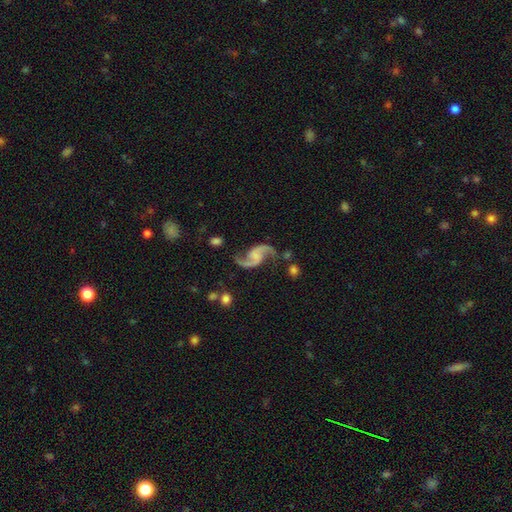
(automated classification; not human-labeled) The model was most divided on "bar": no: 50%, weak: 38%, strong: 11%. More confident: edge-on disk — no (98%); spiral arms — yes (98%); spiral arm count — 2 (94%); smooth or featured — featured or disk (92%); spiral winding — loose (74%); merging — none (72%); bulge size — none (56%).